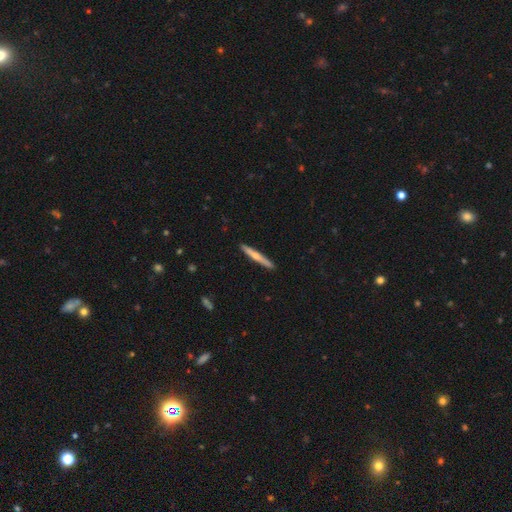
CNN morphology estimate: type=featured or disk (51%); edge-on=yes (96%); merging=none (91%).